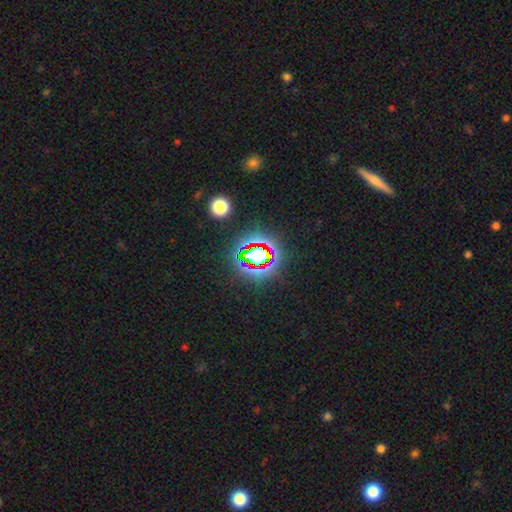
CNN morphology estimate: A star or artifact, not a galaxy (69%).

Vote fractions:
- Smooth or featured? star or artifact: 69% / smooth: 19% / featured or disk: 12%